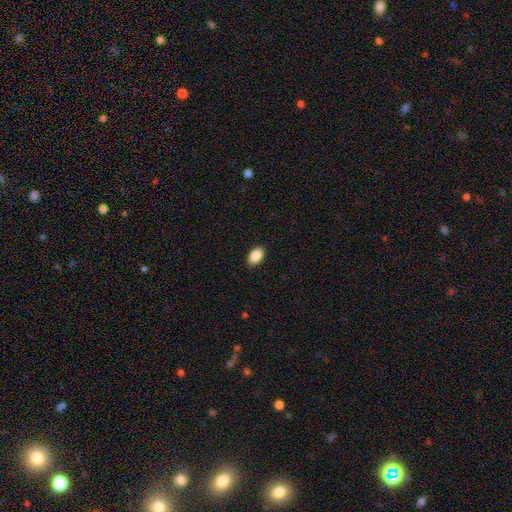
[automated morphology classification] Overall: smooth (87%). How rounded: in between (92%). Merging: none (89%).